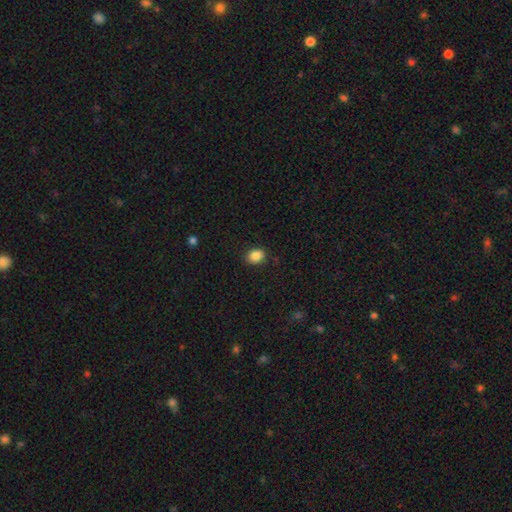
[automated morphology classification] A smooth galaxy with no disk features (87%) that is in between round and cigar-shaped (53%). Merging: none (87%).